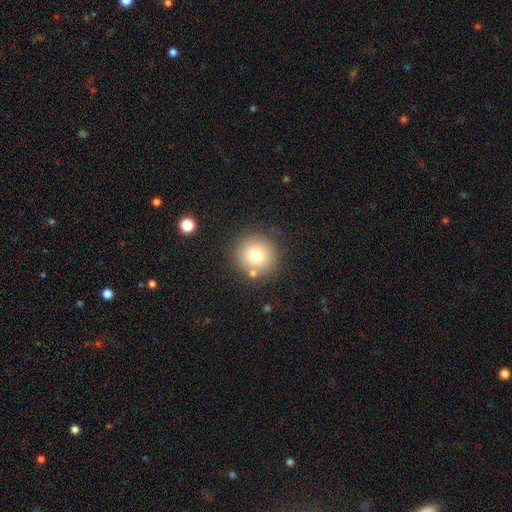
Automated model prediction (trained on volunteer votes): The model was most divided on "smooth or featured": smooth: 76%, featured or disk: 12%, star or artifact: 12%. More confident: how rounded — round (93%); merging — none (81%).